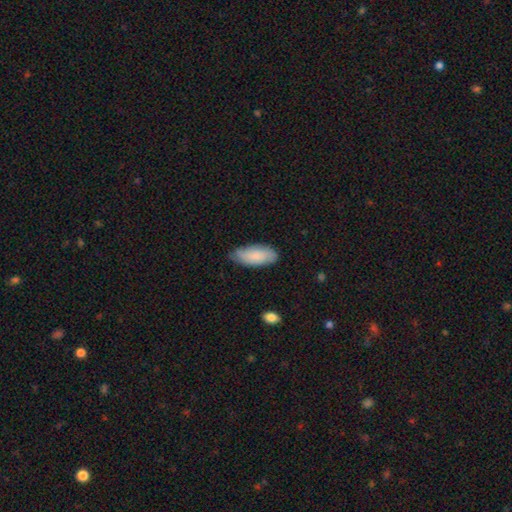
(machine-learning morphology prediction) The model was most divided on "merging": none: 77%, minor disturbance: 19%, major disturbance: 3%, merger: 1%. More confident: how rounded — in between (87%); smooth or featured — smooth (81%).